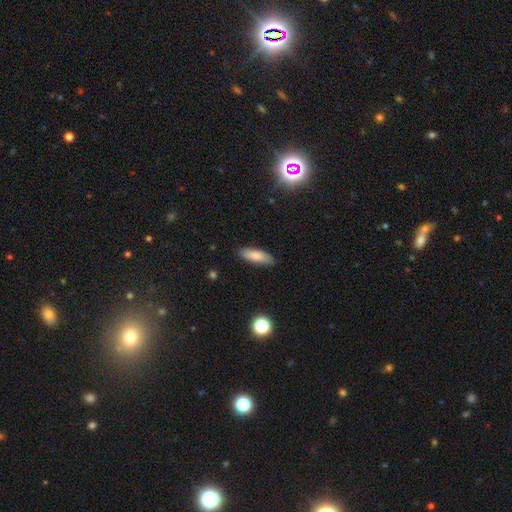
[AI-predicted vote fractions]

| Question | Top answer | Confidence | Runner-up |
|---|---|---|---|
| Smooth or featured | smooth | 82% | featured or disk (11%) |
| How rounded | in between | 56% | cigar-shaped (42%) |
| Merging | none | 87% | minor disturbance (10%) |